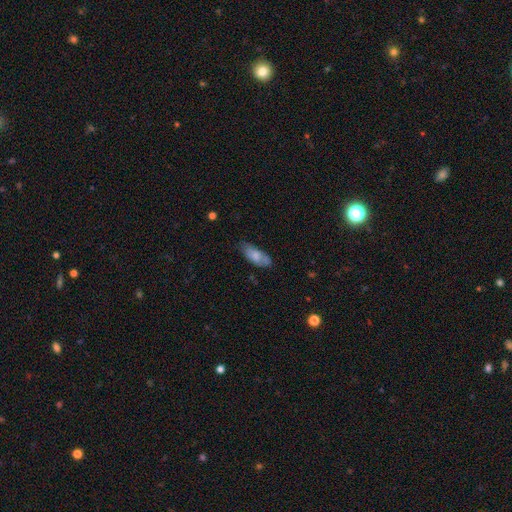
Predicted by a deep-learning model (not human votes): A smooth galaxy with no disk features (71%) that is in between round and cigar-shaped (80%). Merging: none (62%).